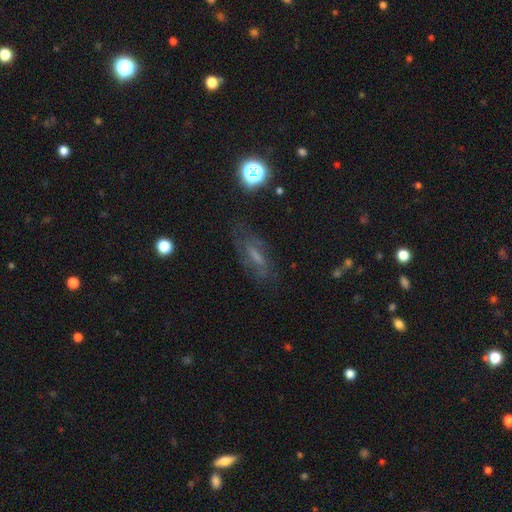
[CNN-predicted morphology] This is marginally a featured or disk galaxy (44%). Merging: likely none (70%).